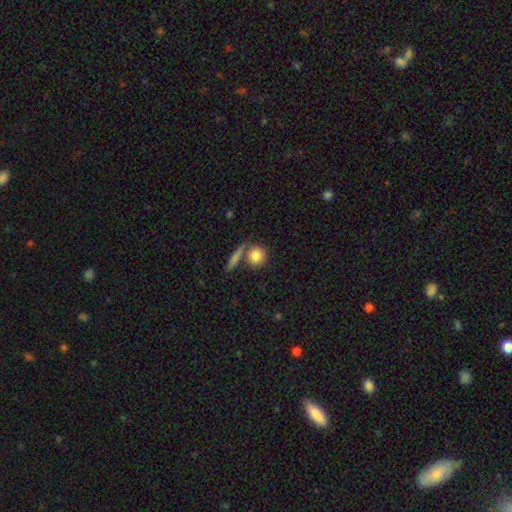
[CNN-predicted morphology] type=smooth (81%); roundness=round (85%); merging=none (62%).